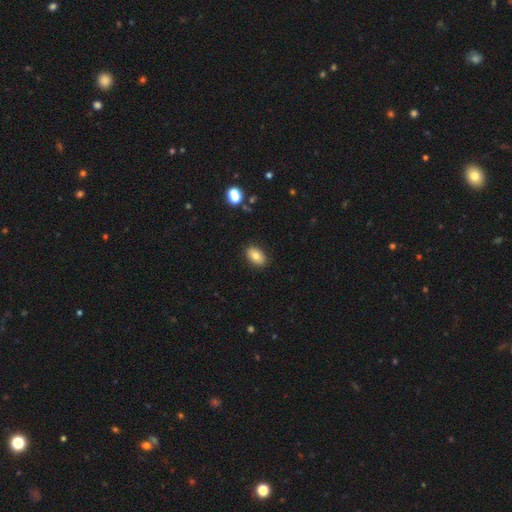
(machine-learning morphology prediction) smooth-or-featured: smooth: 80% | featured or disk: 11% | star or artifact: 9%
  how-rounded: in between: 87% | round: 12% | cigar-shaped: 1%
  merging: none: 88% | minor disturbance: 9% | major disturbance: 2% | merger: 1%